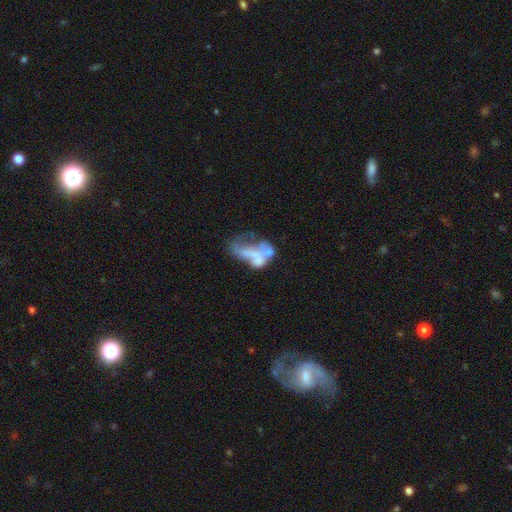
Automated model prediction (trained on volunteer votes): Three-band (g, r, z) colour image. It shows a featured or disk galaxy (55%) with no bar (82%), no spiral arms (82%) and no central bulge (68%). Merging: merger (36%, tied with major disturbance).